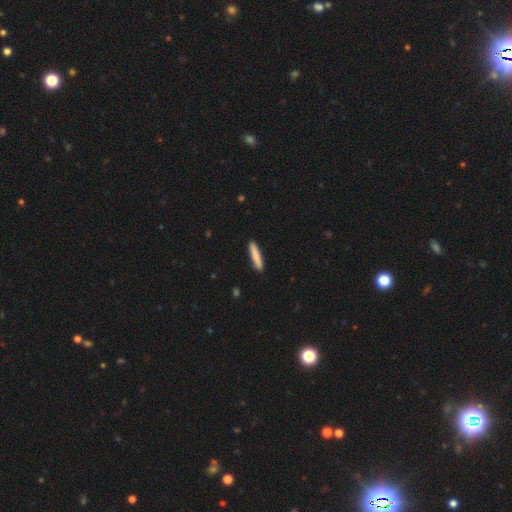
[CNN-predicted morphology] smooth 83%, featured or disk 11%, star or artifact 5%. Down the decision tree: how rounded — cigar-shaped (92%); merging — none (91%).